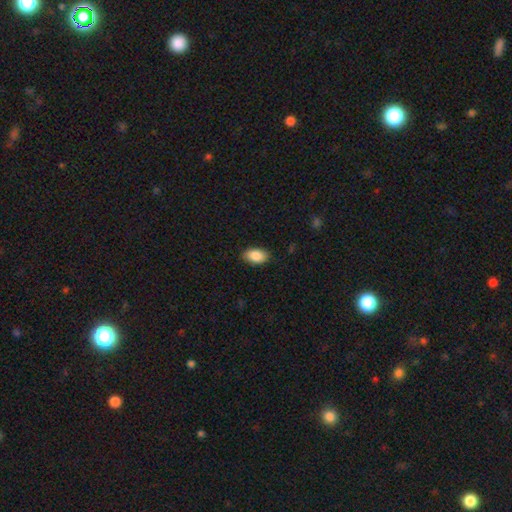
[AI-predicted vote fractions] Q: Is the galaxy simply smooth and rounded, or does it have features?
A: smooth — 88%.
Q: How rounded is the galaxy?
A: in between — 92%.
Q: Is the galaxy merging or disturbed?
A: none — 86%.